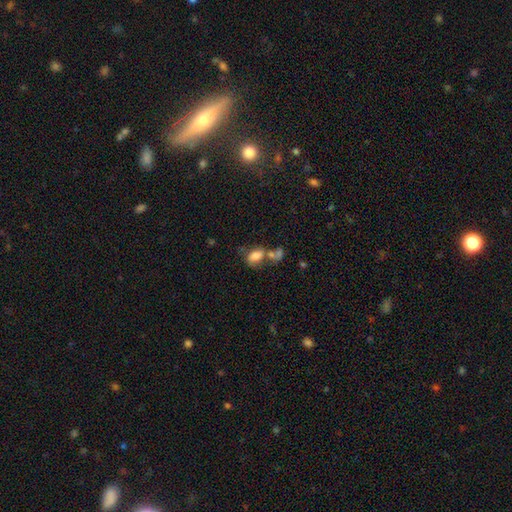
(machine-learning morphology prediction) A smooth galaxy with no disk features (71%) that is in between round and cigar-shaped (82%). Merging: merger (45%).